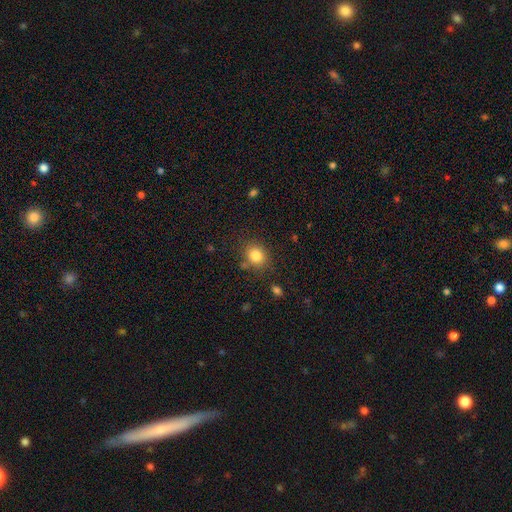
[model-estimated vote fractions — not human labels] A smooth galaxy with no disk features (83%) that is round (69%).

Vote fractions:
- Smooth or featured? smooth: 83% / star or artifact: 11% / featured or disk: 7%
- How rounded? round: 69% / in between: 30% / cigar-shaped: 1%
- Merging? none: 79% / minor disturbance: 12% / merger: 5% / major disturbance: 4%